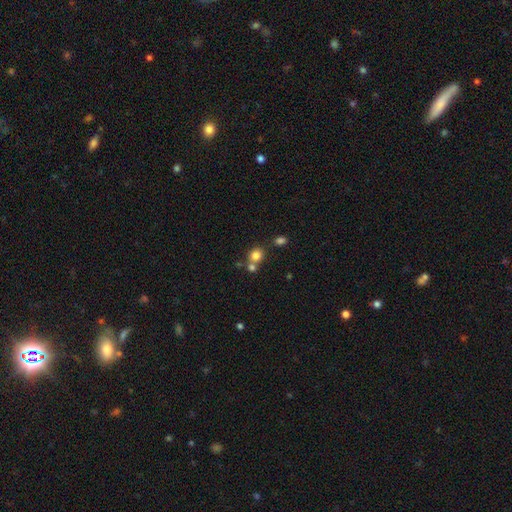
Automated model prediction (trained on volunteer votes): A smooth galaxy with no disk features (79%) that is round (78%). Merging: none (57%).